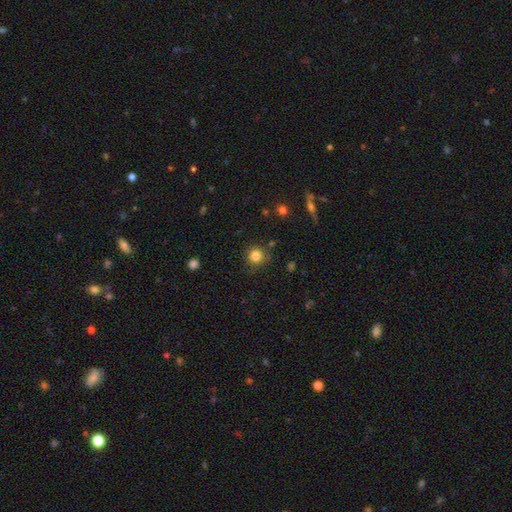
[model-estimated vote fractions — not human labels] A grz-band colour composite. It shows a smooth galaxy with no disk features (83%) that is round (93%). Merging: none (82%).